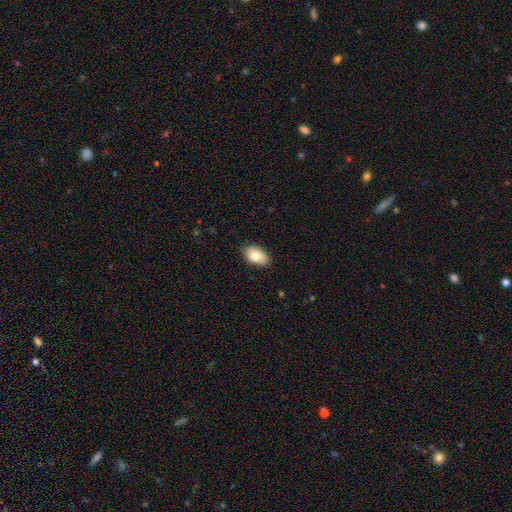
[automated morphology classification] Overall: smooth (83%). How rounded: in between (92%). Merging: none (82%).